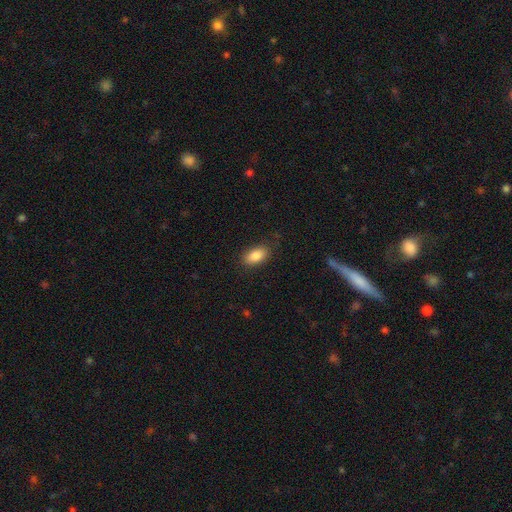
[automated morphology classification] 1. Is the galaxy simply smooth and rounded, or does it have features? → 86% smooth, 8% star or artifact, 6% featured or disk.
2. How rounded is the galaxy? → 92% in between, 5% round, 3% cigar-shaped.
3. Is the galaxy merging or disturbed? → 85% none, 11% minor disturbance, 3% major disturbance, 1% merger.